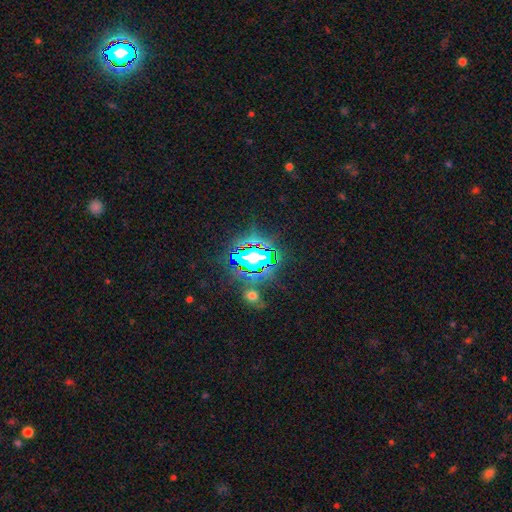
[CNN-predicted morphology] Smooth or featured? Predicted: star or artifact (p=0.82).